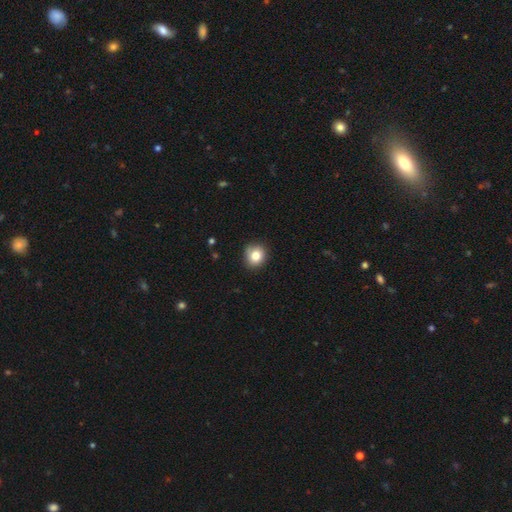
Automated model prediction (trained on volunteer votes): Q: Smooth or featured?
A: smooth (82%); runner-up: star or artifact (10%)
Q: How rounded?
A: round (81%); runner-up: in between (18%)
Q: Merging?
A: none (85%); runner-up: minor disturbance (12%)